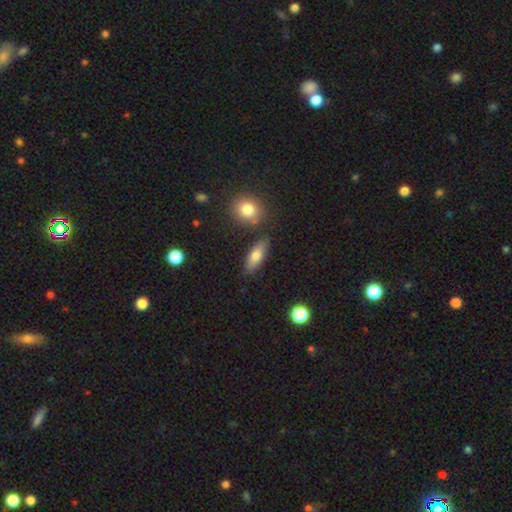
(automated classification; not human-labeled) The model was most divided on "how rounded": in between: 70%, cigar-shaped: 26%, round: 4%. More confident: merging — none (81%); smooth or featured — smooth (75%).